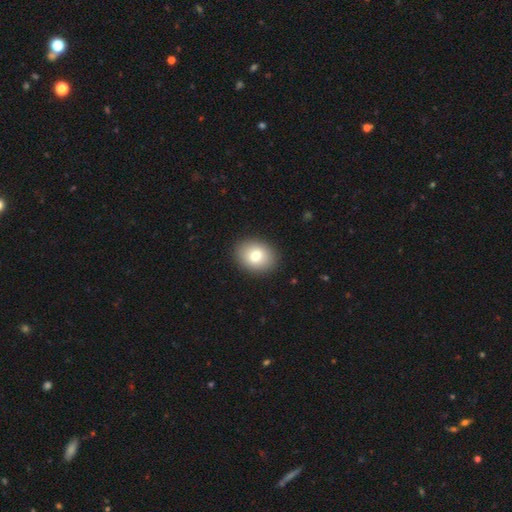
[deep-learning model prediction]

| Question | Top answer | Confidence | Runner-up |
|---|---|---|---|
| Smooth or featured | smooth | 78% | featured or disk (13%) |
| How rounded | round | 50% | in between (49%) |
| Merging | none | 91% | minor disturbance (6%) |